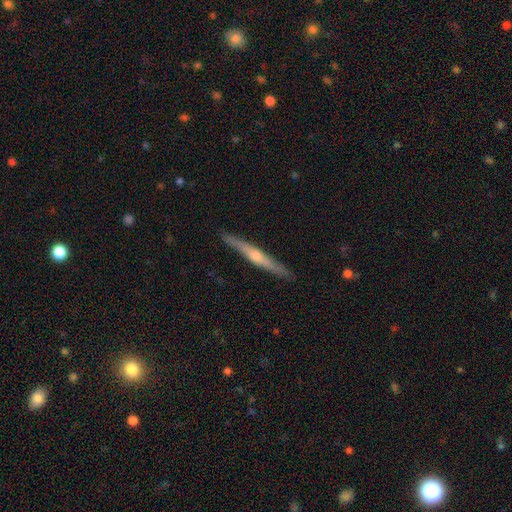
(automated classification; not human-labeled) Smooth or featured?
  - featured or disk: 69% *
  - smooth: 25%
  - star or artifact: 6%
Edge-on disk?
  - yes: 97% *
  - no: 3%
Edge-on bulge?
  - rounded: 77% *
  - none: 18%
  - boxy: 5%
Merging?
  - none: 91% *
  - minor disturbance: 7%
  - major disturbance: 1%
  - merger: 1%